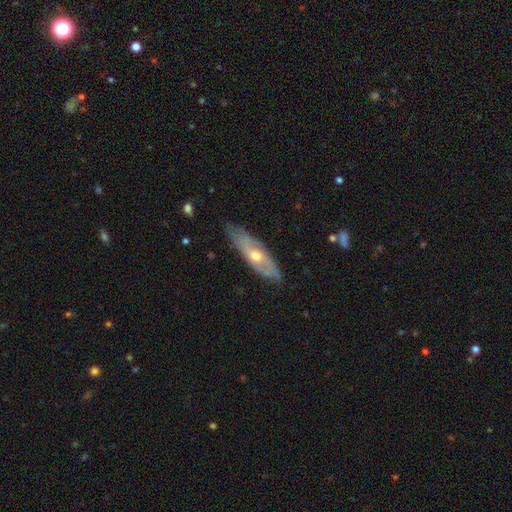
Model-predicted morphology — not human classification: A featured or disk galaxy (65%). Merging: none (77%).